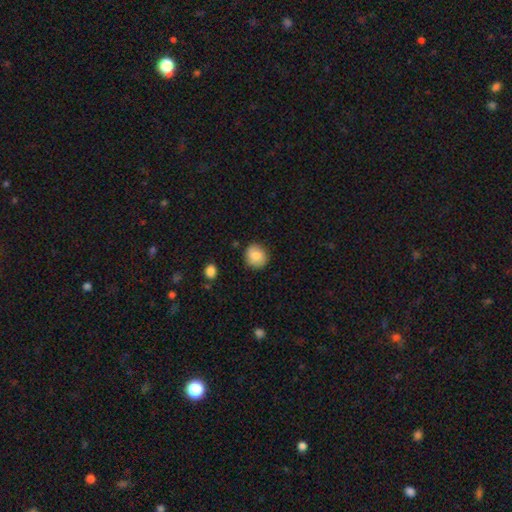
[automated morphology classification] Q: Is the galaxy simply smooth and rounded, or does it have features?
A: smooth — 79%.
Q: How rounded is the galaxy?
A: round — 85%.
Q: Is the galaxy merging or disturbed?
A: none — 83%.